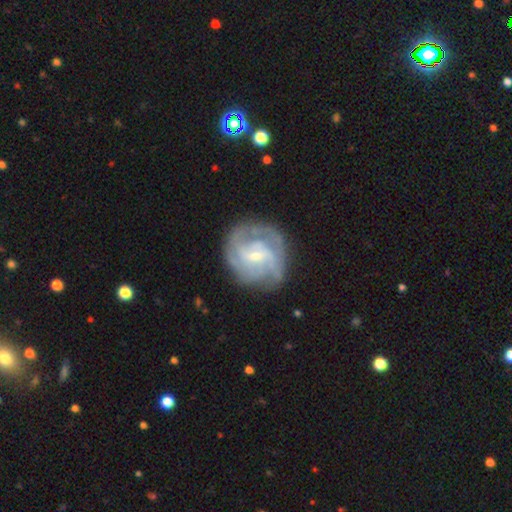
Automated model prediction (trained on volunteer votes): Smooth or featured: featured or disk — 82% (smooth — 13%)
Edge-on disk: no — 98% (yes — 2%)
Bar: weak — 52% (no — 34%)
Spiral arms: yes — 91% (no — 9%)
Spiral winding: tight — 49% (medium — 39%)
Spiral arm count: can't tell — 30% (2 — 25%)
Bulge size: small — 68% (moderate — 27%)
Merging: none — 73% (minor disturbance — 17%)